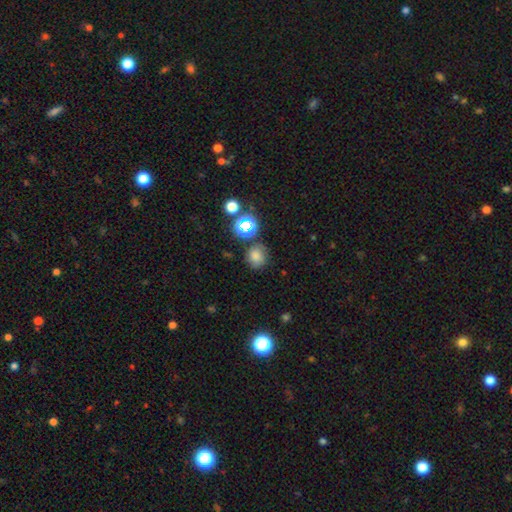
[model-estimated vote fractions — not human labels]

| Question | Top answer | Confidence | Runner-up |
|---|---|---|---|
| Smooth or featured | smooth | 64% | star or artifact (25%) |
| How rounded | round | 83% | in between (16%) |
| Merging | none | 77% | minor disturbance (13%) |